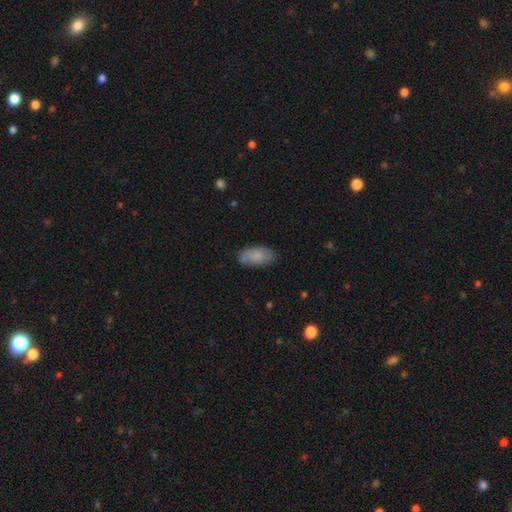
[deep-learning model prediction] A smooth galaxy with no disk features (81%) that is in between round and cigar-shaped (93%).

Vote fractions:
- Smooth or featured? smooth: 81% / featured or disk: 12% / star or artifact: 6%
- How rounded? in between: 93% / cigar-shaped: 4% / round: 3%
- Merging? none: 81% / minor disturbance: 14% / major disturbance: 3% / merger: 1%